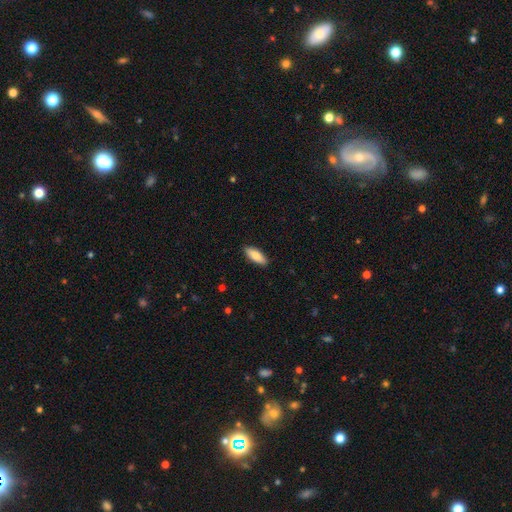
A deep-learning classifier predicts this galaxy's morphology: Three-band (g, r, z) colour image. It shows a smooth galaxy with no disk features (78%) that is in between round and cigar-shaped (69%). Merging: none (90%).